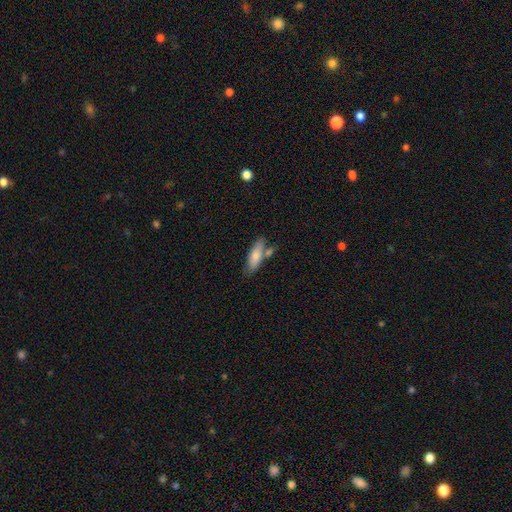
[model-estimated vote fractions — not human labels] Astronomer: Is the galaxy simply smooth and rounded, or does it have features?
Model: smooth — 75%.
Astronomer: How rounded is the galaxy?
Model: in between — 56% (runner-up: cigar-shaped, 41%).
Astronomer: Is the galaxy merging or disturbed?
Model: none — 59%.